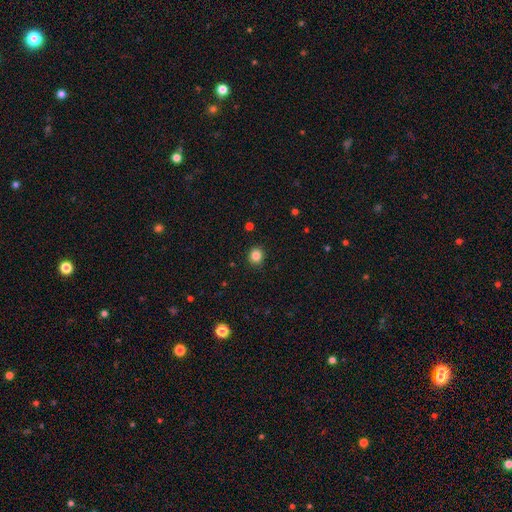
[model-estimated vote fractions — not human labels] A smooth galaxy with no disk features (84%) that is round (86%). Merging: none (91%).